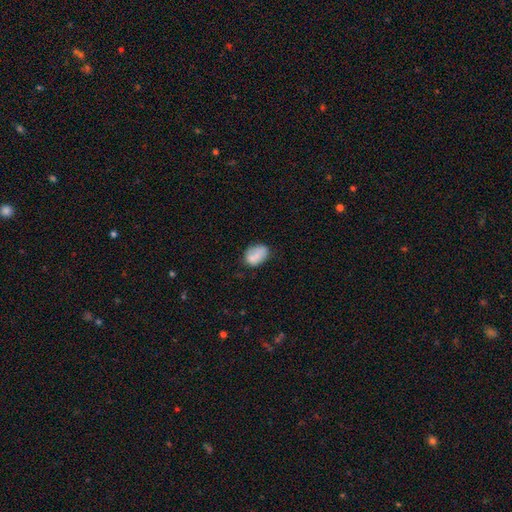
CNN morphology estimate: This appears to be a smooth galaxy with no disk features (72%) that is in between round and cigar-shaped (76%). Merging: none (50%).